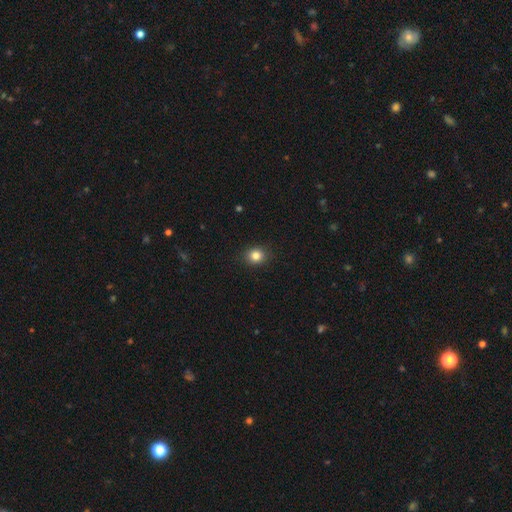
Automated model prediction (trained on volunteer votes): Smooth or featured: smooth — 82% (star or artifact — 12%)
How rounded: round — 74% (in between — 26%)
Merging: none — 90% (minor disturbance — 7%)